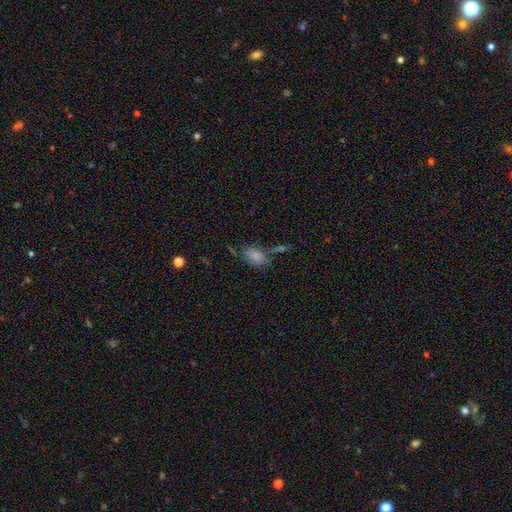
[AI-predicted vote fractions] Overall: smooth (76%). How rounded: in between (87%). Merging: none (48%; minor disturbance 23%).